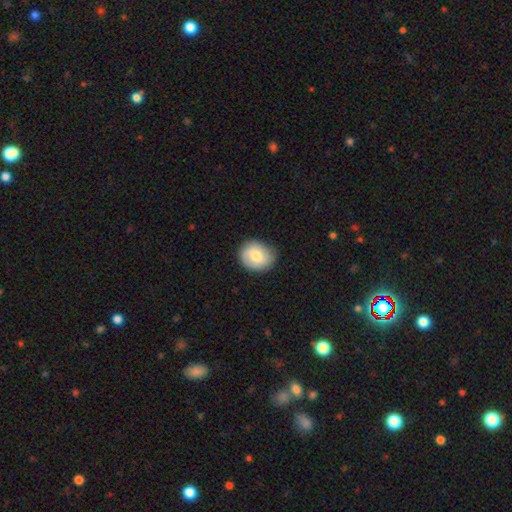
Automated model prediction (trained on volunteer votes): The model was most divided on "how rounded": round: 65%, in between: 34%, cigar-shaped: 1%. More confident: merging — none (79%); smooth or featured — smooth (71%).